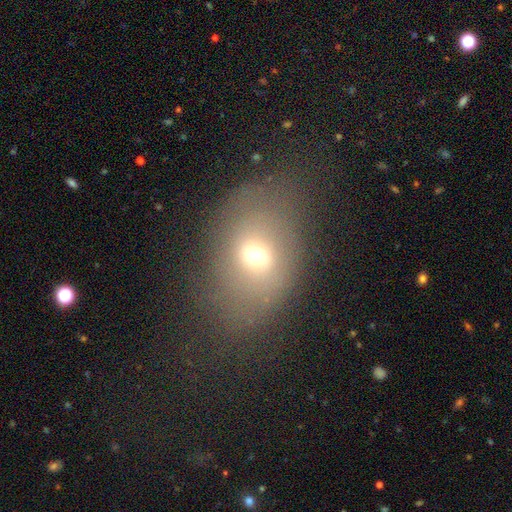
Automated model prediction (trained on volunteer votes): A smooth galaxy with no disk features (60%) that is in between round and cigar-shaped (62%).

Vote fractions:
- Smooth or featured? smooth: 60% / featured or disk: 23% / star or artifact: 17%
- How rounded? in between: 62% / round: 36% / cigar-shaped: 2%
- Merging? none: 66% / minor disturbance: 18% / major disturbance: 13% / merger: 3%